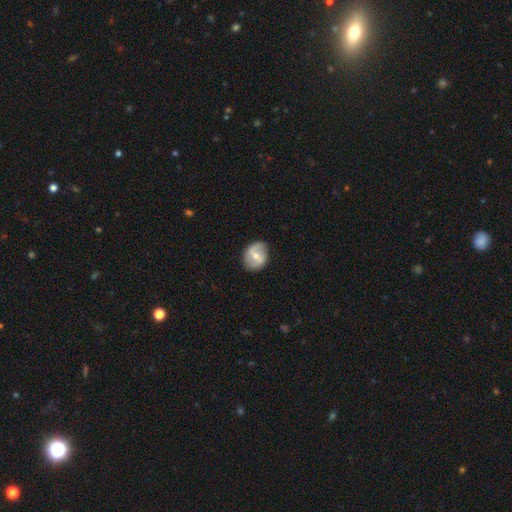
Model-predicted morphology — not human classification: featured or disk 54%, smooth 39%, star or artifact 6%. Down the decision tree: edge-on disk — no (96%); bar — weak (47%); spiral arms — yes (68%); bulge size — moderate (55%); merging — none (78%).